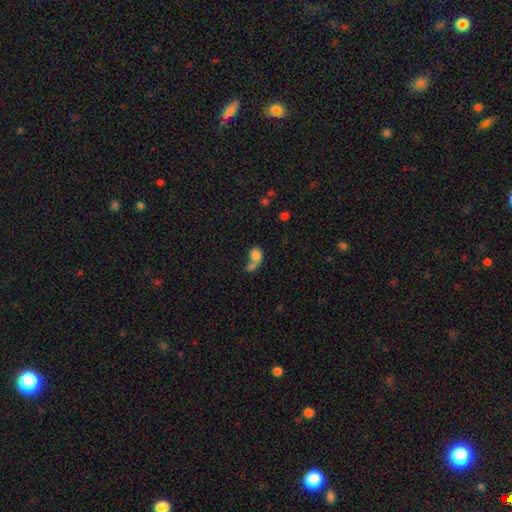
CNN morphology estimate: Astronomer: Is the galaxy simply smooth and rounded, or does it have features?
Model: smooth — 74%.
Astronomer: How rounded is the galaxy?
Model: in between — 58% (runner-up: round, 40%).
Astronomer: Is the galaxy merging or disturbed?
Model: merger — 59%.